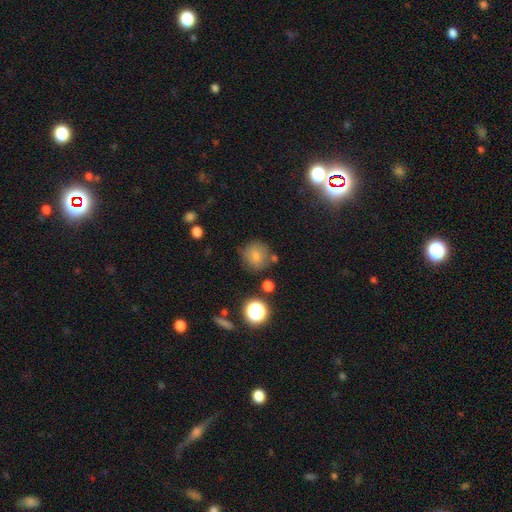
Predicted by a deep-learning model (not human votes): smooth-or-featured: smooth: 78% | star or artifact: 13% | featured or disk: 9%
  how-rounded: round: 89% | in between: 10% | cigar-shaped: 1%
  merging: none: 77% | minor disturbance: 13% | merger: 6% | major disturbance: 4%